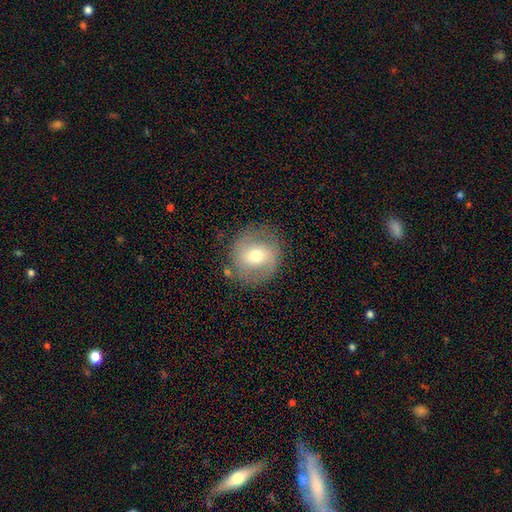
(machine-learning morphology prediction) A smooth galaxy with no disk features (48%).

Vote fractions:
- Smooth or featured? smooth: 48% / featured or disk: 44% / star or artifact: 8%
- Merging? none: 81% / minor disturbance: 13% / major disturbance: 5% / merger: 2%